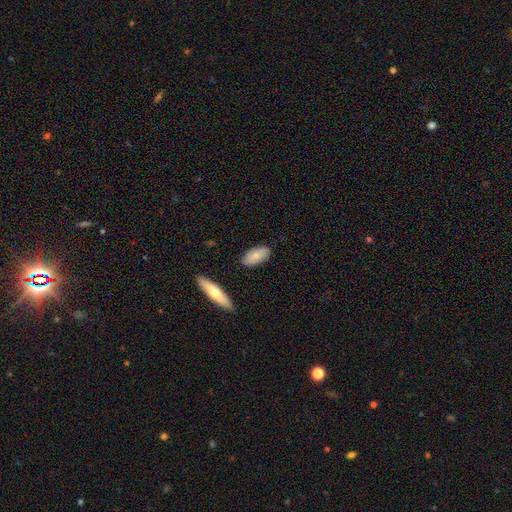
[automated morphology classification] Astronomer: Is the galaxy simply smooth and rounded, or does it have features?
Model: smooth — 81%.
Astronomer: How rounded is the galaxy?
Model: in between — 89%.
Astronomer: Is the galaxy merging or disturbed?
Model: none — 84%.